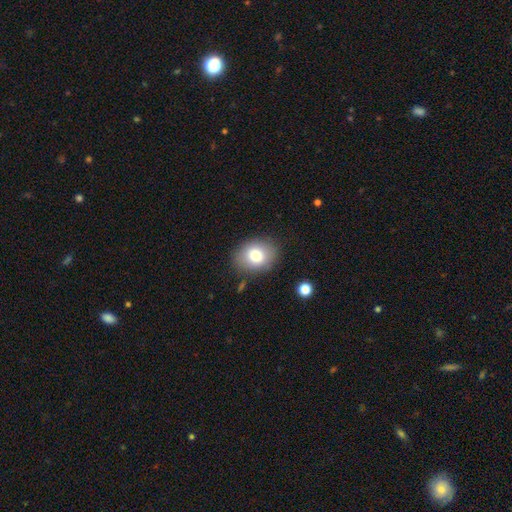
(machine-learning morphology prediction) Smooth or featured? smooth (77%)
How rounded? in between (56%)
Merging? none (84%)